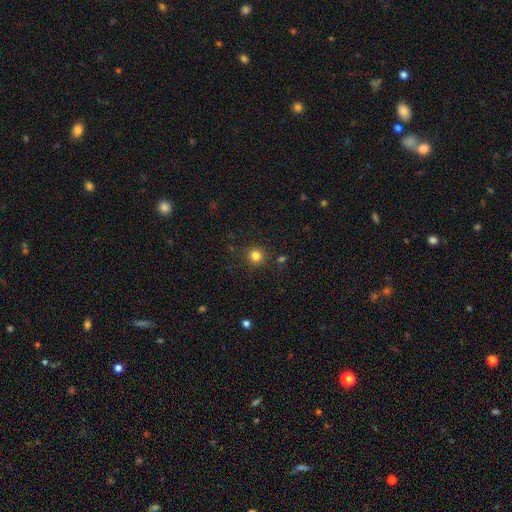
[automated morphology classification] Overall: smooth (82%). How rounded: round (94%). Merging: none (88%).